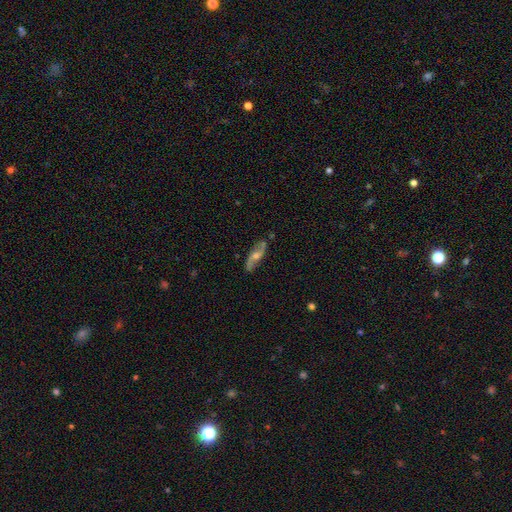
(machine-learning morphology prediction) A featured or disk galaxy (77%) with no bar (56%), 2 (90%) loose (60%) spiral arms (91%) and a moderate central bulge (58%). Merging: none (81%).